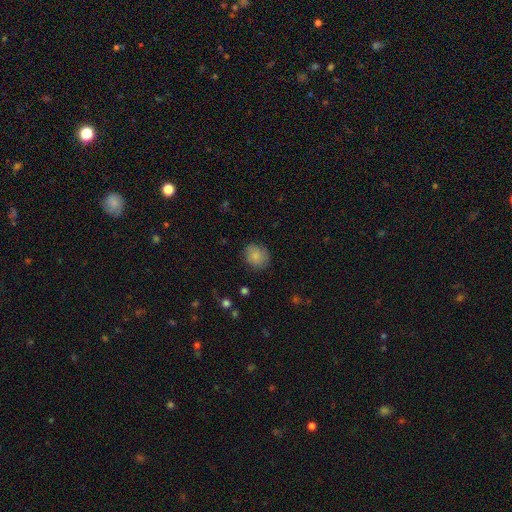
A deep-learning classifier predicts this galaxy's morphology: Q: Smooth or featured?
A: smooth (84%); runner-up: featured or disk (9%)
Q: How rounded?
A: round (72%); runner-up: in between (27%)
Q: Merging?
A: none (82%); runner-up: minor disturbance (14%)